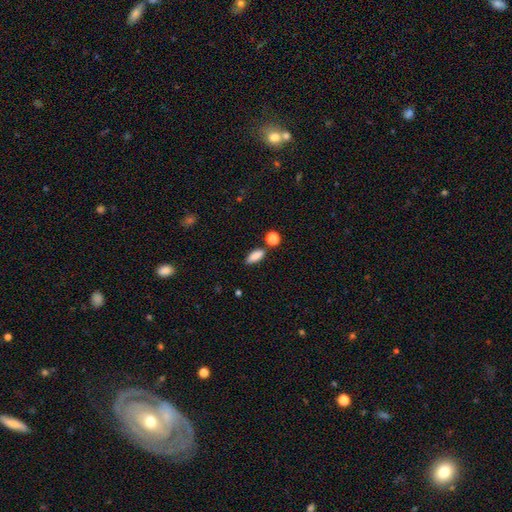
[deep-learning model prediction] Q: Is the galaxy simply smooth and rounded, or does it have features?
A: smooth — 86%.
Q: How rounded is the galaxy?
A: in between — 79%.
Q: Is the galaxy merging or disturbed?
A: none — 75%.